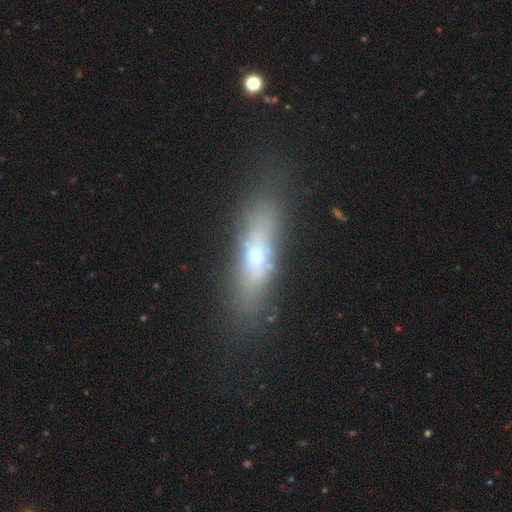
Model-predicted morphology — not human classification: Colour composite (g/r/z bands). It shows a smooth galaxy with no disk features (45%, tied with featured or disk). Merging: none (76%).